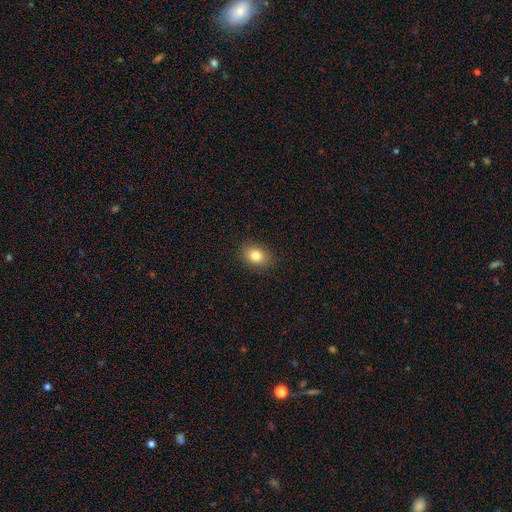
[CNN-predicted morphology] Smooth or featured?
  - smooth: 82% *
  - star or artifact: 10%
  - featured or disk: 8%
How rounded?
  - in between: 64% *
  - round: 35%
  - cigar-shaped: 1%
Merging?
  - none: 88% *
  - minor disturbance: 9%
  - major disturbance: 2%
  - merger: 1%